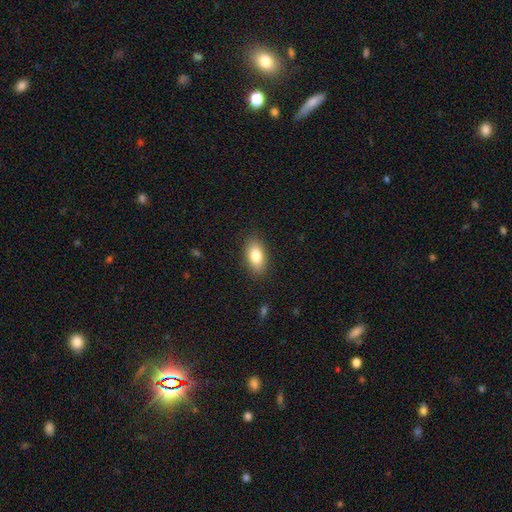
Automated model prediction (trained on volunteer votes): Smooth or featured? smooth (83%)
How rounded? in between (91%)
Merging? none (87%)